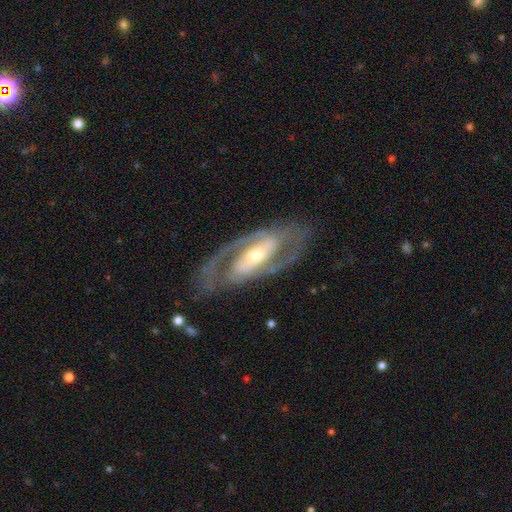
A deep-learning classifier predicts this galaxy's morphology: The model was most divided on "bulge size": moderate: 54%, small: 37%, large: 6%, dominant: 1%, none: 1%. Remaining: edge-on disk — no (93%); spiral arms — yes (91%); spiral arm count — 2 (90%); smooth or featured — featured or disk (88%); merging — none (80%); spiral winding — medium (52%); bar — strong (49%).